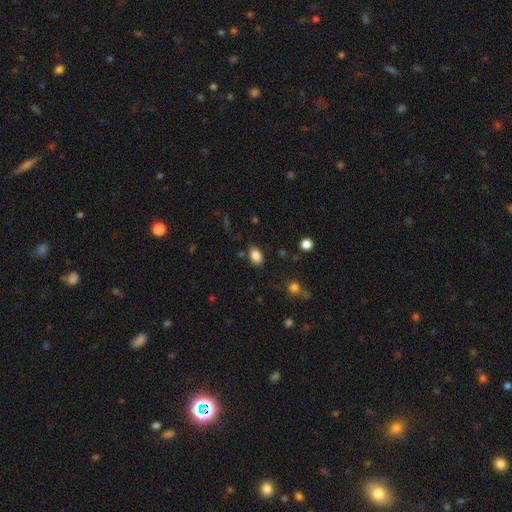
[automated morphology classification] This is clearly a smooth galaxy (85%). How rounded: clearly in between (87%). Merging: clearly none (82%).